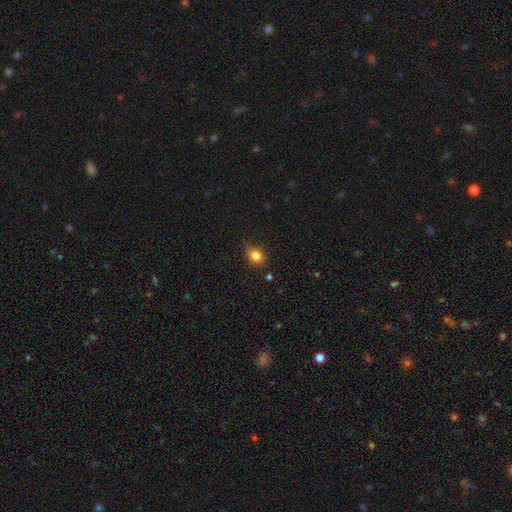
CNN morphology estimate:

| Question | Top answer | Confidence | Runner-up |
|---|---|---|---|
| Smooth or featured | smooth | 80% | star or artifact (11%) |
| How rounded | round | 55% | in between (43%) |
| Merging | none | 69% | minor disturbance (25%) |